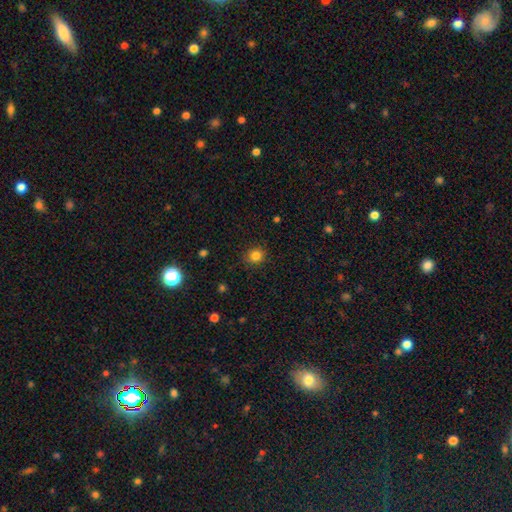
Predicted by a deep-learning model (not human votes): Q: Smooth or featured?
A: smooth (82%); runner-up: star or artifact (13%)
Q: How rounded?
A: round (85%); runner-up: in between (14%)
Q: Merging?
A: none (88%); runner-up: minor disturbance (9%)